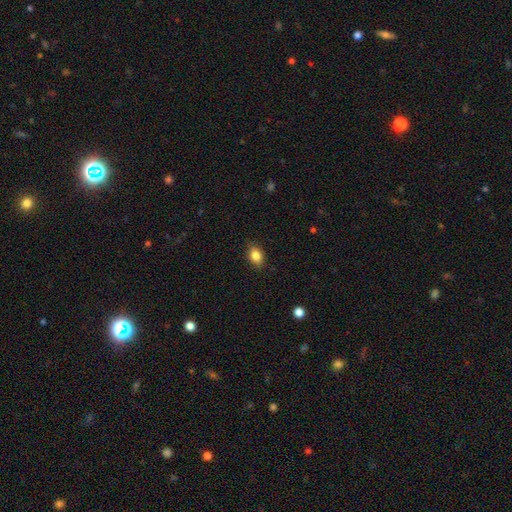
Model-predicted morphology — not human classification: A smooth galaxy with no disk features (84%) that is in between round and cigar-shaped (74%). Merging: none (85%).